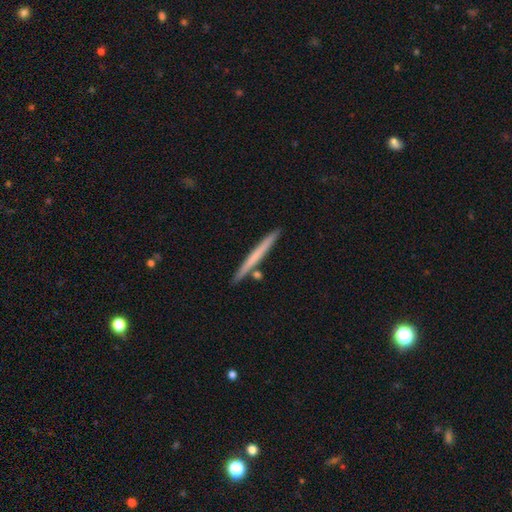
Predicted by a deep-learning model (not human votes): The model was most divided on "smooth or featured": smooth: 54%, featured or disk: 40%, star or artifact: 5%. More confident: how rounded — cigar-shaped (97%); merging — none (87%).